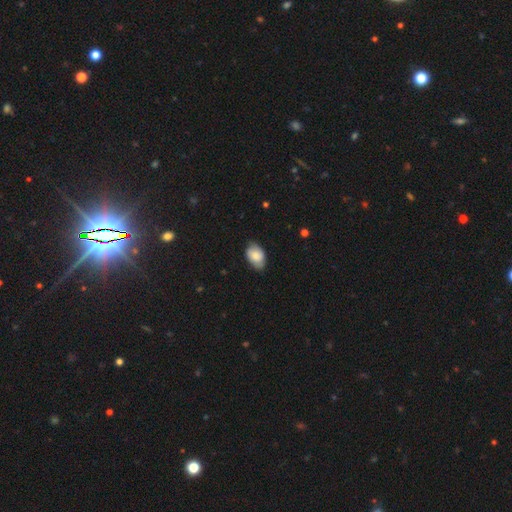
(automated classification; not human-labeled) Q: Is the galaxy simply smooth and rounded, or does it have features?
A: smooth — 77%.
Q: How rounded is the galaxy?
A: in between — 88%.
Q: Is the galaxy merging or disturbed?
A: none — 74%.